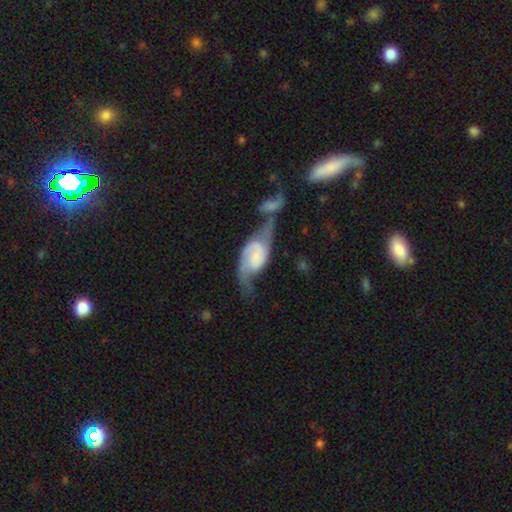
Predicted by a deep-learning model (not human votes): Smooth or featured? Predicted: featured or disk (p=0.73). Edge-on disk? Predicted: no (p=0.95). Bar? Predicted: no (p=0.53). Spiral arms? Predicted: yes (p=0.91). Spiral winding? Predicted: loose (p=0.57). Spiral arm count? Predicted: 2 (p=0.86). Bulge size? Predicted: none (p=0.40). Merging? Predicted: merger (p=0.42).